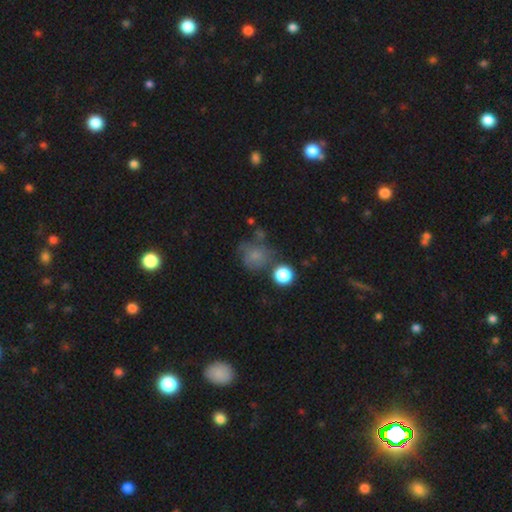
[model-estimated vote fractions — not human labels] Morphology: type=smooth (68%); roundness=round (78%); merging=none (50%).